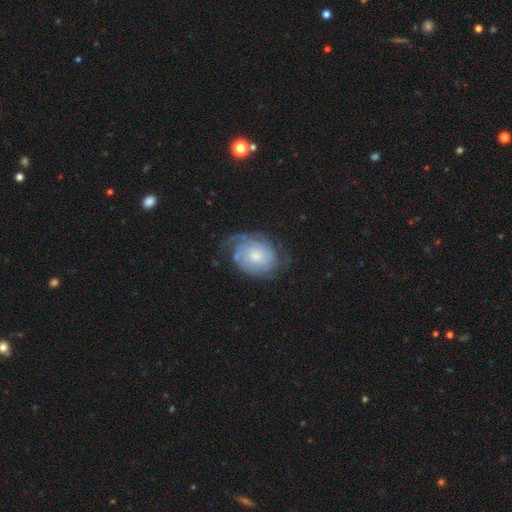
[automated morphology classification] featured or disk 77%, smooth 17%, star or artifact 6%. Down the decision tree: edge-on disk — no (97%); bar — no (74%); spiral arms — yes (93%); spiral arm count — can't tell (37%); spiral winding — tight (63%); bulge size — moderate (43%, tied with small); merging — none (64%).